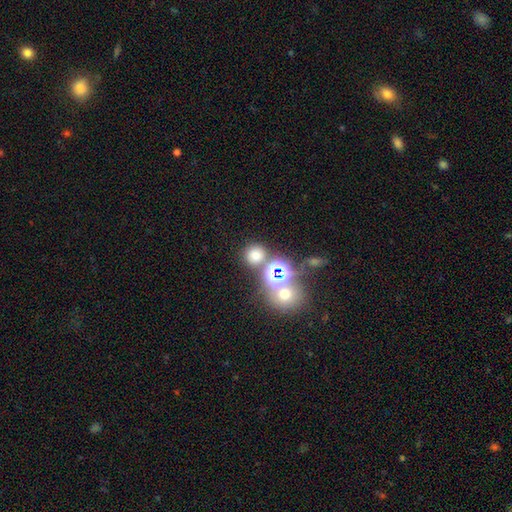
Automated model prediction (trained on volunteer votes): smooth_or_featured: smooth (p=0.65) [alt: star or artifact p=0.27]
how_rounded: round (p=0.89) [alt: in between p=0.10]
merging: none (p=0.71) [alt: merger p=0.16]